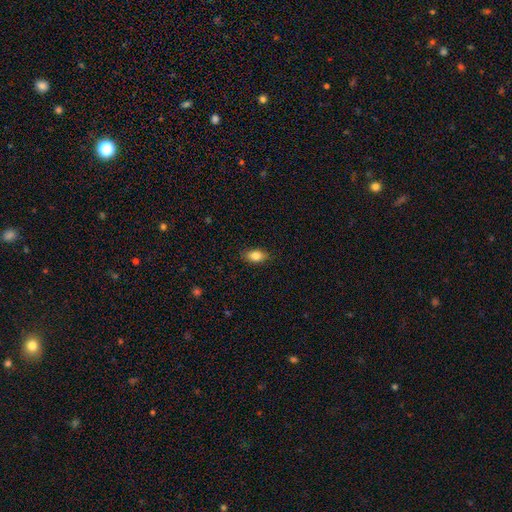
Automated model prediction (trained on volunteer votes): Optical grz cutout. It shows a smooth galaxy with no disk features (84%) that is in between round and cigar-shaped (88%). Merging: none (86%).